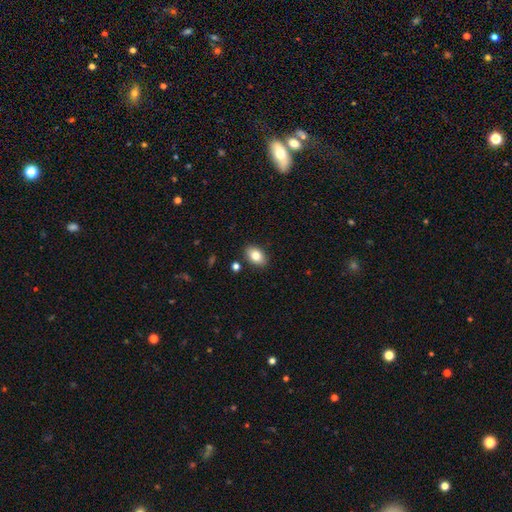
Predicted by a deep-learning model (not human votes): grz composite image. It shows a smooth galaxy with no disk features (82%) that is in between round and cigar-shaped (86%). Merging: none (86%).